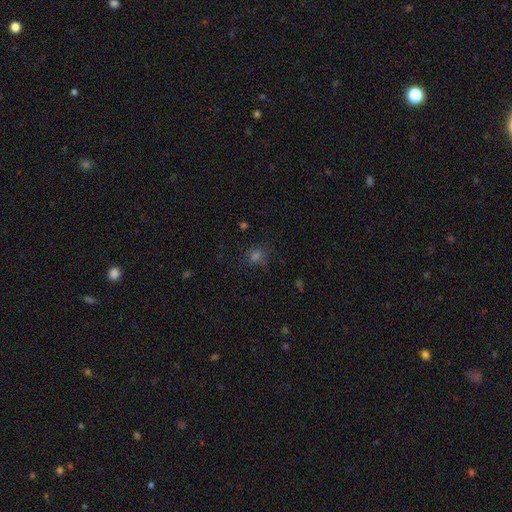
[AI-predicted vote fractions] A smooth galaxy with no disk features (59%) that is round (81%).

Vote fractions:
- Smooth or featured? smooth: 59% / star or artifact: 33% / featured or disk: 8%
- How rounded? round: 81% / in between: 18% / cigar-shaped: 1%
- Merging? none: 80% / minor disturbance: 13% / major disturbance: 6% / merger: 2%